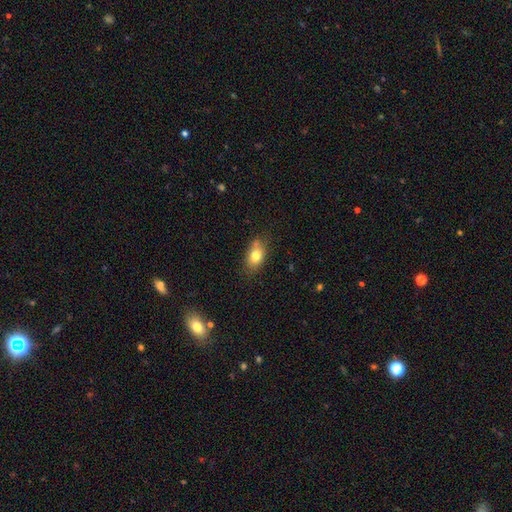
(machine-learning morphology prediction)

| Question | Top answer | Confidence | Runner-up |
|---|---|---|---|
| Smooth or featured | smooth | 79% | featured or disk (12%) |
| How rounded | in between | 81% | round (16%) |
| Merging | none | 66% | minor disturbance (20%) |